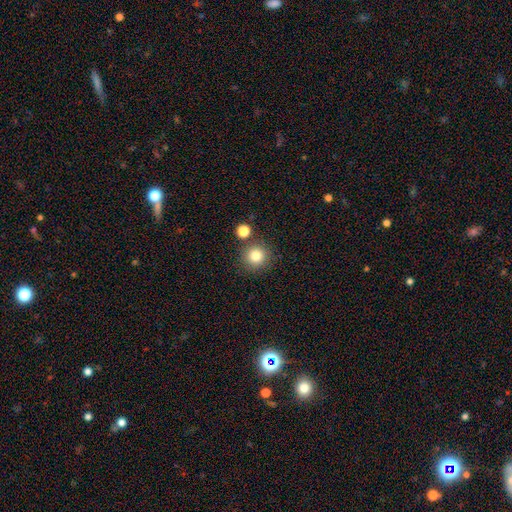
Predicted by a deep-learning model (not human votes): Q: Smooth or featured?
A: smooth (81%); runner-up: star or artifact (12%)
Q: How rounded?
A: round (94%); runner-up: in between (6%)
Q: Merging?
A: none (82%); runner-up: merger (8%)